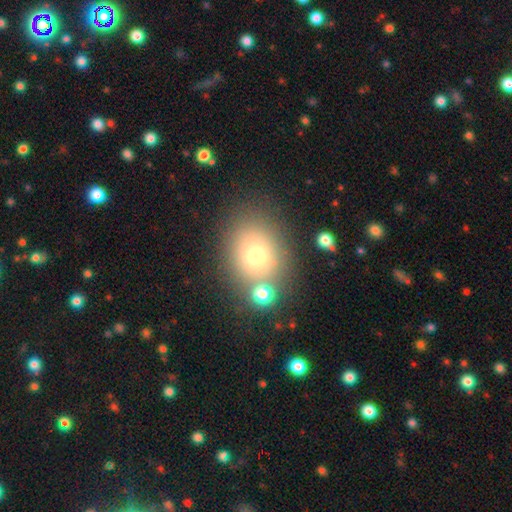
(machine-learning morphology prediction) Smooth or featured?
  - smooth: 69% *
  - featured or disk: 16%
  - star or artifact: 15%
How rounded?
  - round: 57% *
  - in between: 42%
  - cigar-shaped: 1%
Merging?
  - none: 67% *
  - merger: 14%
  - minor disturbance: 13%
  - major disturbance: 5%